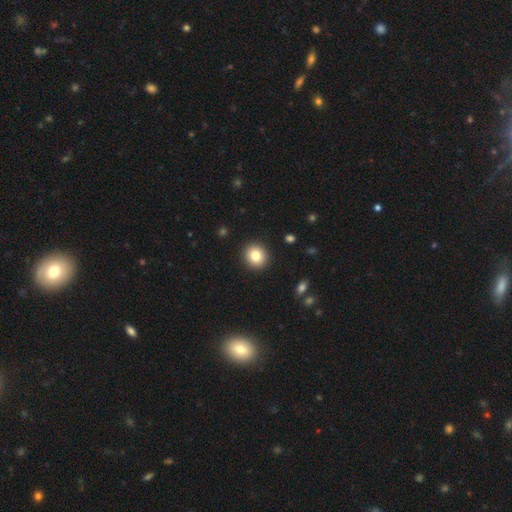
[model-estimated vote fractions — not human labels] This is clearly a smooth galaxy (81%). How rounded: clearly round (83%). Merging: clearly none (92%).